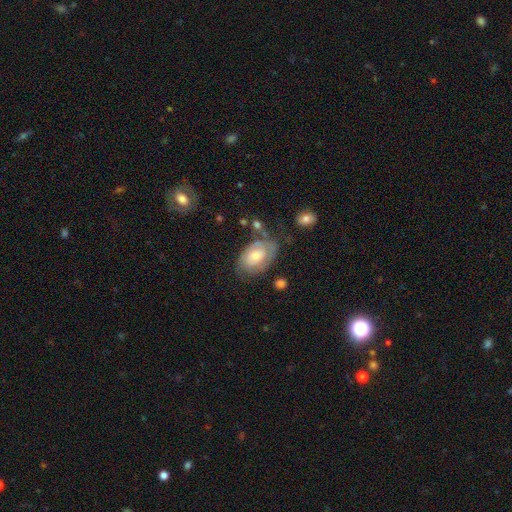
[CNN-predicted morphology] featured or disk 52%, smooth 41%, star or artifact 7%. Down the decision tree: edge-on disk — no (94%); merging — none (53%).